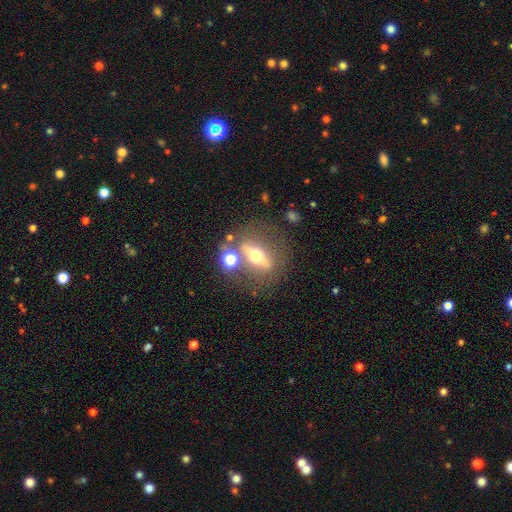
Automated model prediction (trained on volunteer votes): Q: Smooth or featured?
A: featured or disk (67%); runner-up: smooth (23%)
Q: Edge-on disk?
A: yes (59%); runner-up: no (41%)
Q: Merging?
A: none (69%); runner-up: minor disturbance (12%)